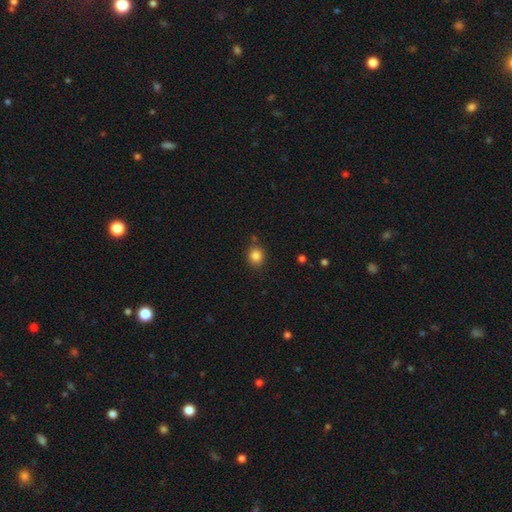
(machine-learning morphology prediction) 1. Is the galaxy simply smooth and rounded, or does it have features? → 84% smooth, 11% star or artifact, 5% featured or disk.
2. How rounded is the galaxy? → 79% round, 20% in between, 1% cigar-shaped.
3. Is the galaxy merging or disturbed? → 83% none, 10% minor disturbance, 4% merger, 3% major disturbance.